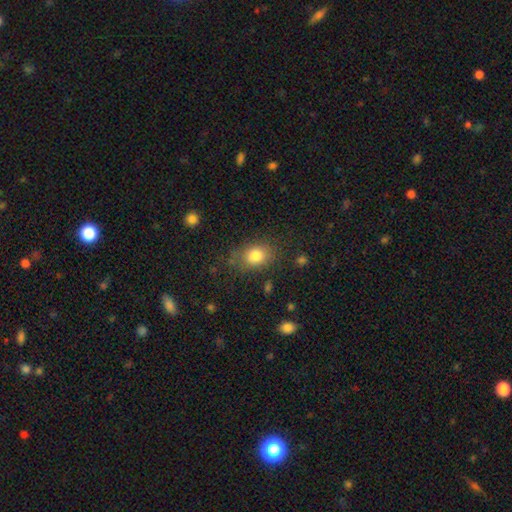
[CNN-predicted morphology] A smooth galaxy with no disk features (82%) that is in between round and cigar-shaped (61%).

Vote fractions:
- Smooth or featured? smooth: 82% / star or artifact: 10% / featured or disk: 8%
- How rounded? in between: 61% / round: 37% / cigar-shaped: 1%
- Merging? none: 74% / minor disturbance: 17% / major disturbance: 6% / merger: 2%